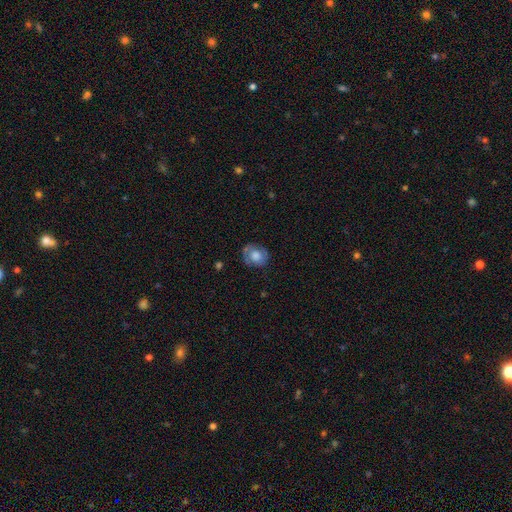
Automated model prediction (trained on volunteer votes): smooth 58%, featured or disk 34%, star or artifact 8%. Down the decision tree: how rounded — round (62%); merging — none (71%).